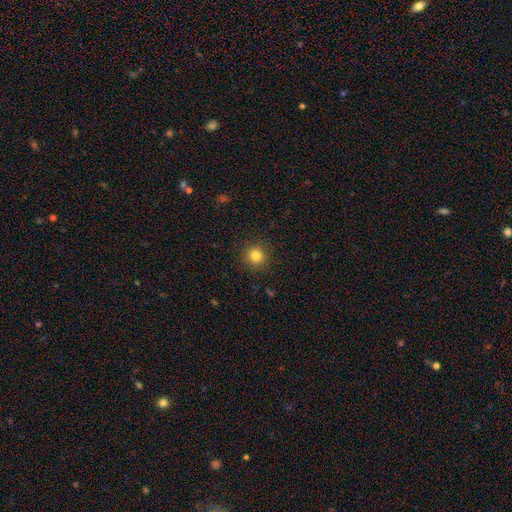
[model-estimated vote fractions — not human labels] Overall: smooth (82%). How rounded: round (94%). Merging: none (91%).